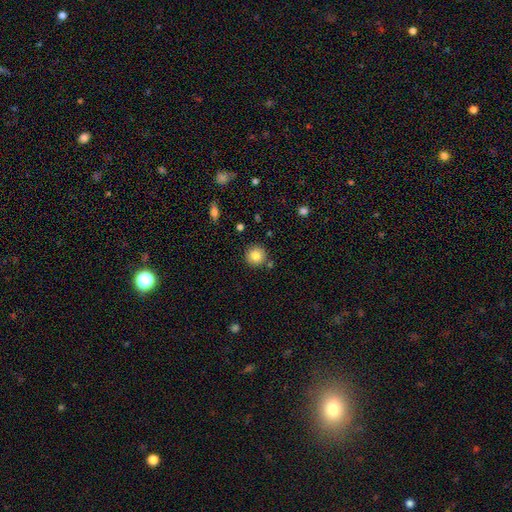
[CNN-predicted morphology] smooth 84%, star or artifact 9%, featured or disk 6%. Down the decision tree: how rounded — round (94%); merging — none (85%).